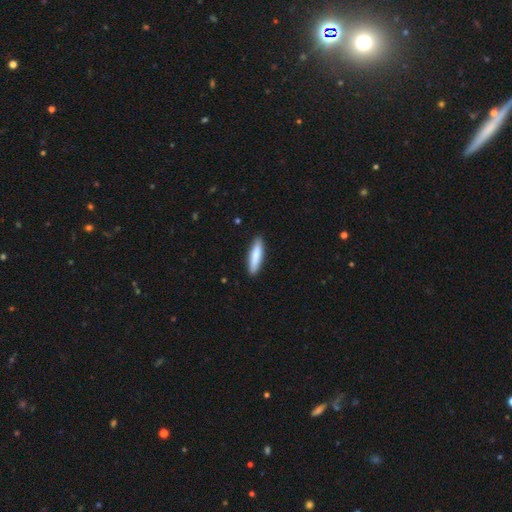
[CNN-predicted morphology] Smooth or featured: smooth — 81% (featured or disk — 14%)
How rounded: cigar-shaped — 79% (in between — 19%)
Merging: none — 89% (minor disturbance — 8%)